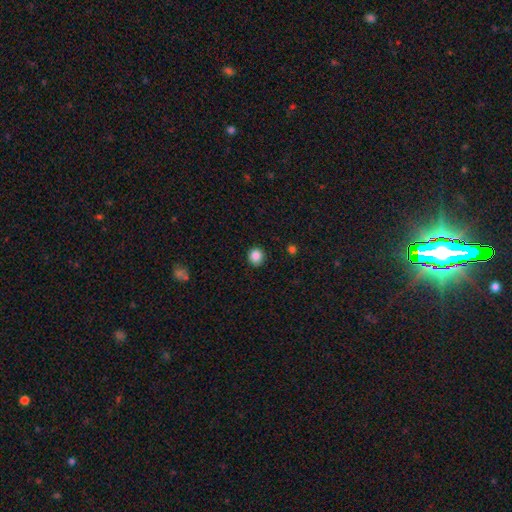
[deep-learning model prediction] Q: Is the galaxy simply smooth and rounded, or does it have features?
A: smooth — 87%.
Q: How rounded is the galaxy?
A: round — 91%.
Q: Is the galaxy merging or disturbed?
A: none — 90%.